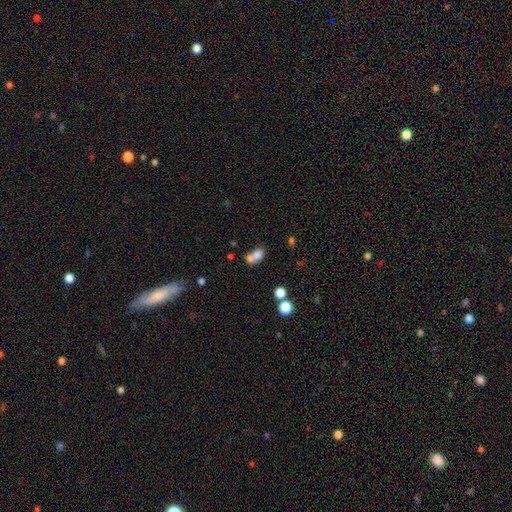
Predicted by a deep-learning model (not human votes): This is likely a smooth galaxy (75%). How rounded: likely in between (76%). Merging: possibly merger (53%).